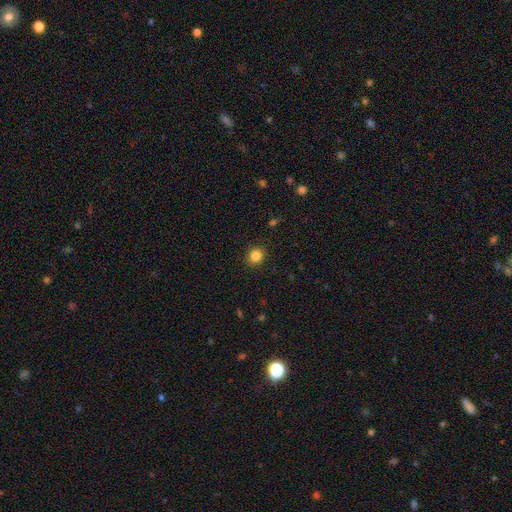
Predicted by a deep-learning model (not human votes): The model was most divided on "how rounded": round: 74%, in between: 25%, cigar-shaped: 1%. More confident: merging — none (90%); smooth or featured — smooth (85%).